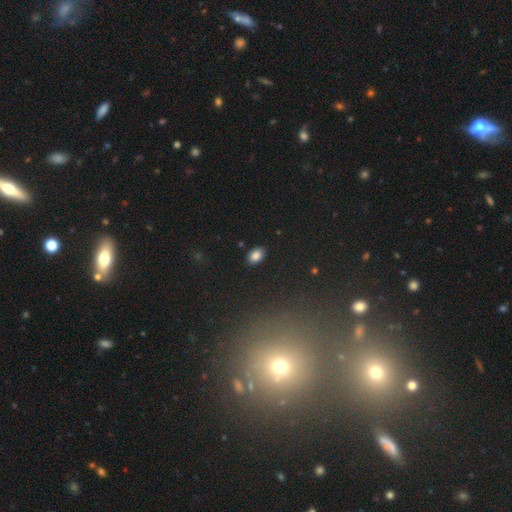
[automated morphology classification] Smooth or featured? smooth (85%)
How rounded? in between (89%)
Merging? none (88%)